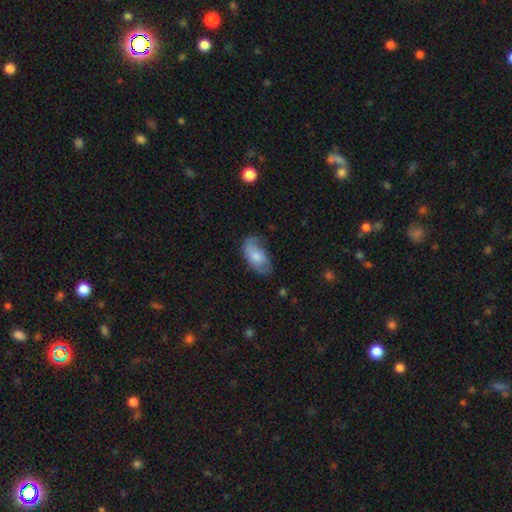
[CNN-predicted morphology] smooth-or-featured: smooth: 61% | featured or disk: 32% | star or artifact: 7%
  how-rounded: in between: 93% | round: 4% | cigar-shaped: 3%
  merging: none: 55% | minor disturbance: 30% | major disturbance: 13% | merger: 2%